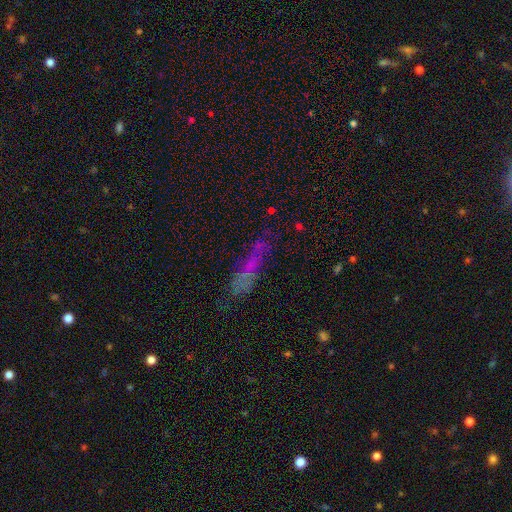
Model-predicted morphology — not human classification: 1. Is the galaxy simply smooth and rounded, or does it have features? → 47% smooth, 34% featured or disk, 19% star or artifact.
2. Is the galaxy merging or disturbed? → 52% none, 23% minor disturbance, 19% major disturbance, 7% merger.